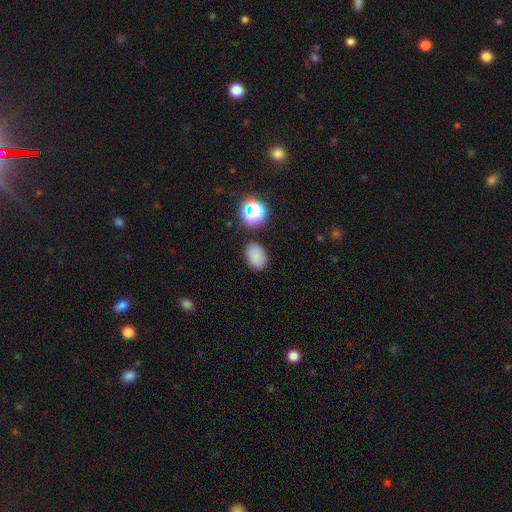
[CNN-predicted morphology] A smooth galaxy with no disk features (78%) that is in between round and cigar-shaped (77%). Merging: none (80%).